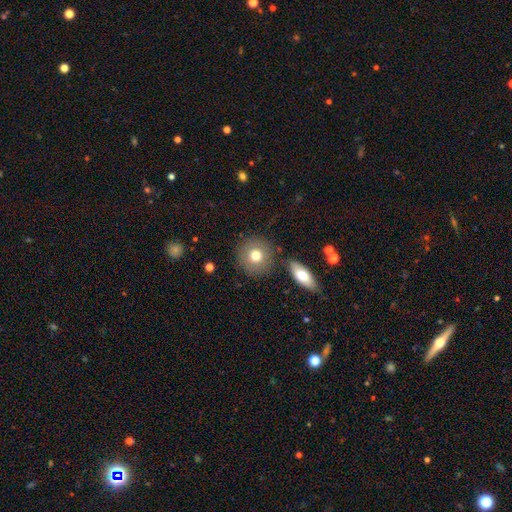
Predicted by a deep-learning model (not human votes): Morphology: type=smooth (76%); roundness=round (90%); merging=none (82%).